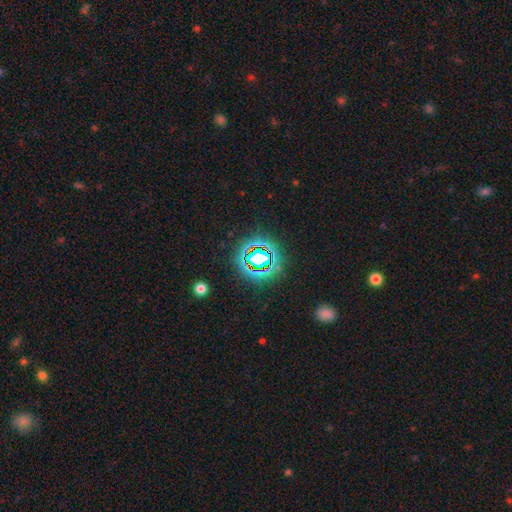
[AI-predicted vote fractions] star or artifact 71%, smooth 18%, featured or disk 11%.